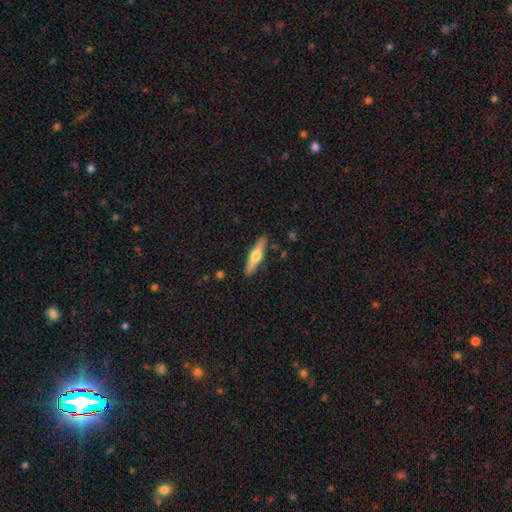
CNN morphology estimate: A featured or disk galaxy (55%) viewed edge-on (94%) with a rounded central bulge (94%). Merging: none (89%).